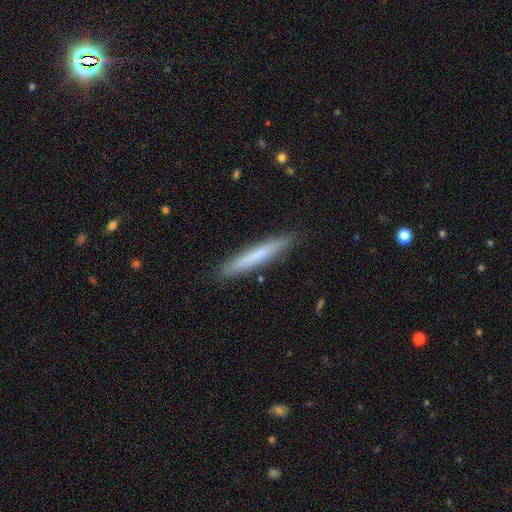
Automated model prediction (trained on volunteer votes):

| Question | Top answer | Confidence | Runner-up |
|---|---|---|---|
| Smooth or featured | smooth | 70% | featured or disk (24%) |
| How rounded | cigar-shaped | 95% | in between (3%) |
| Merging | none | 90% | minor disturbance (8%) |